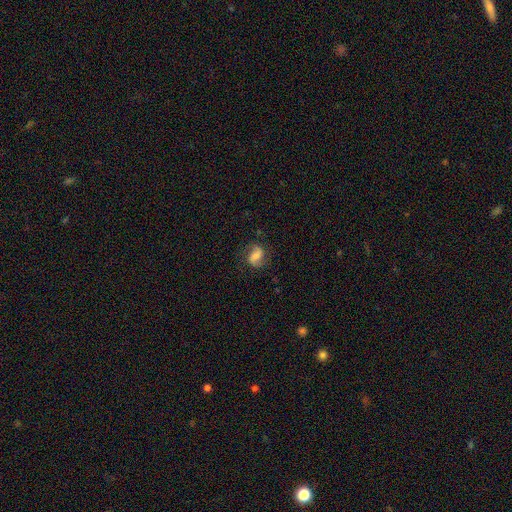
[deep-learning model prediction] smooth_or_featured: featured or disk (p=0.56) [alt: smooth p=0.35]
disk_edge_on: no (p=0.97) [alt: yes p=0.03]
bar: weak (p=0.43) [alt: no p=0.33]
has_spiral_arms: yes (p=0.91) [alt: no p=0.09]
bulge_size: moderate (p=0.34) [alt: small p=0.29]
merging: none (p=0.72) [alt: minor disturbance p=0.17]